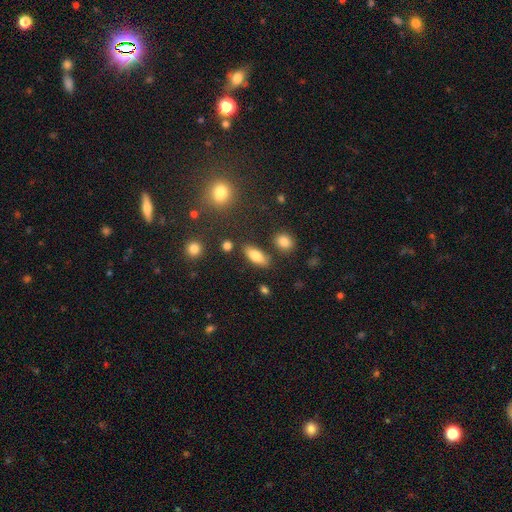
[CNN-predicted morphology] Q: Smooth or featured?
A: smooth (77%); runner-up: featured or disk (14%)
Q: How rounded?
A: in between (77%); runner-up: cigar-shaped (19%)
Q: Merging?
A: none (80%); runner-up: minor disturbance (11%)